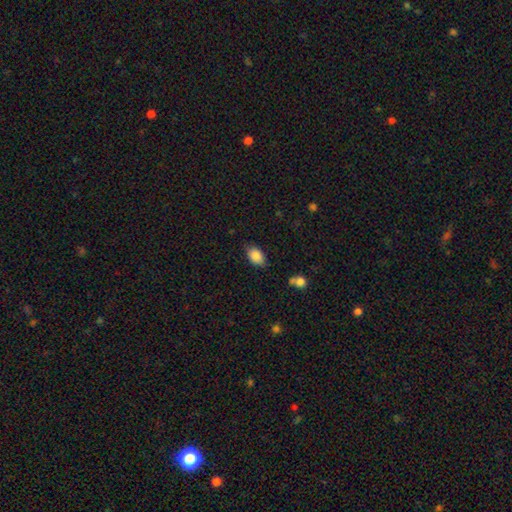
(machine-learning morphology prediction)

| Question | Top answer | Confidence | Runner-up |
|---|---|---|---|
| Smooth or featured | smooth | 87% | star or artifact (8%) |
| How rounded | in between | 88% | round (11%) |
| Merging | none | 79% | minor disturbance (16%) |